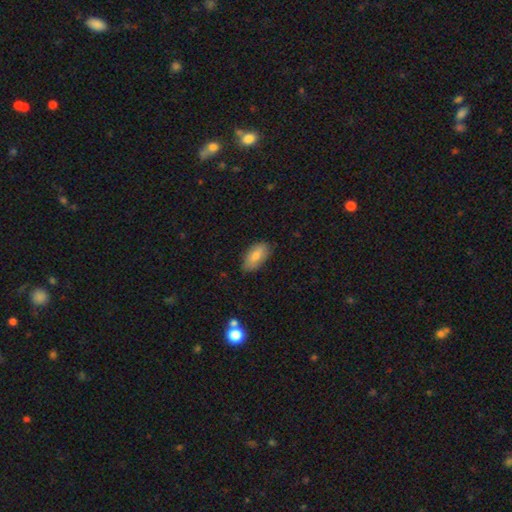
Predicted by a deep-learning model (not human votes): smooth 79%, featured or disk 14%, star or artifact 7%. Down the decision tree: how rounded — in between (90%); merging — none (82%).